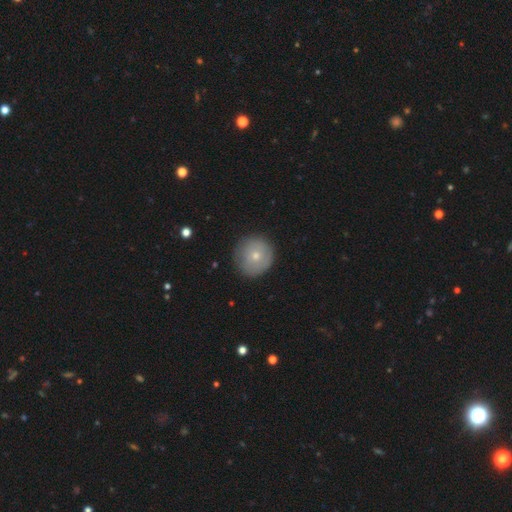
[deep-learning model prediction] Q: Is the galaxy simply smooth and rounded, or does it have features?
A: smooth — 67%.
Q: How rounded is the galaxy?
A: round — 94%.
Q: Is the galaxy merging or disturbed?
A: none — 83%.